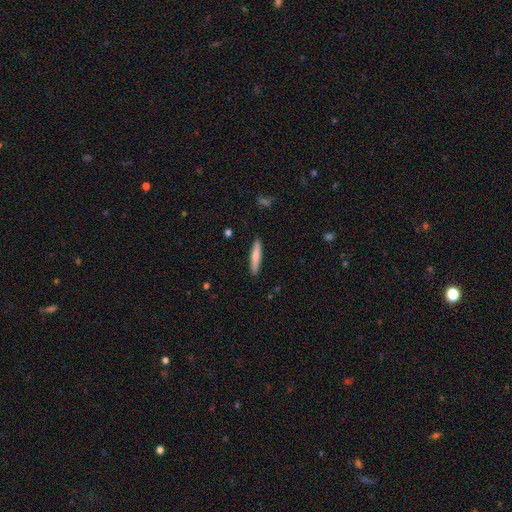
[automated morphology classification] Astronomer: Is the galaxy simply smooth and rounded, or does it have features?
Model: smooth — 74%.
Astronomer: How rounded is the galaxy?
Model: cigar-shaped — 89%.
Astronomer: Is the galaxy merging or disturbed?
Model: none — 90%.